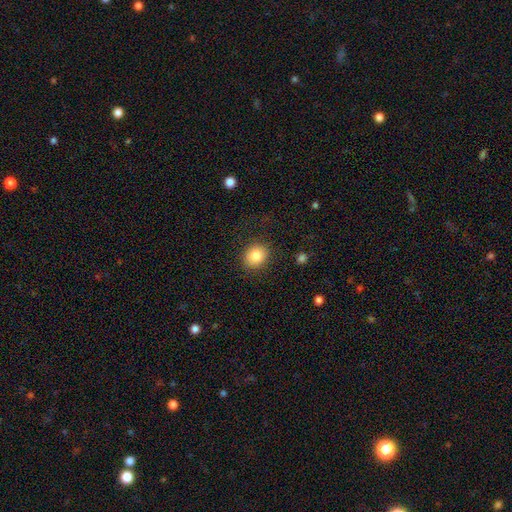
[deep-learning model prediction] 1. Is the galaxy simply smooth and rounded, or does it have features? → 84% smooth, 9% star or artifact, 7% featured or disk.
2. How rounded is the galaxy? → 64% round, 35% in between, 1% cigar-shaped.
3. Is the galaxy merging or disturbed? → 87% none, 9% minor disturbance, 3% major disturbance, 1% merger.